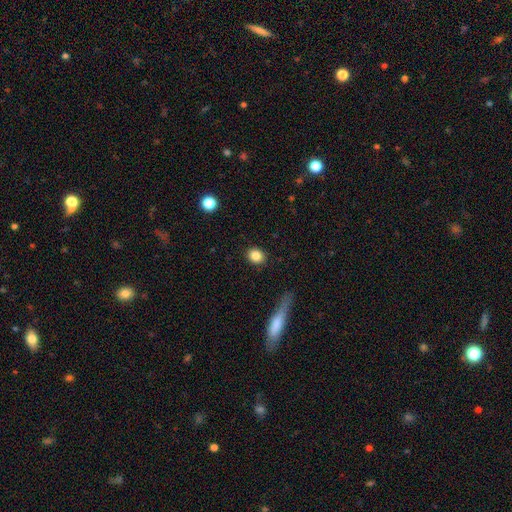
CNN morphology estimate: Overall: smooth (84%). How rounded: round (72%). Merging: none (89%).